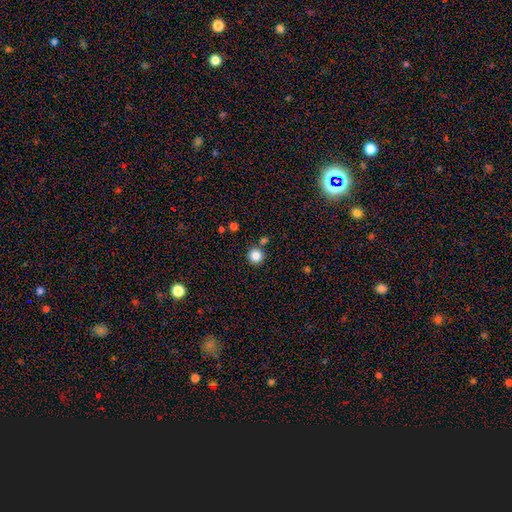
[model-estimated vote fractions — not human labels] Smooth or featured? Predicted: smooth (p=0.85). How rounded? Predicted: round (p=0.95). Merging? Predicted: none (p=0.83).